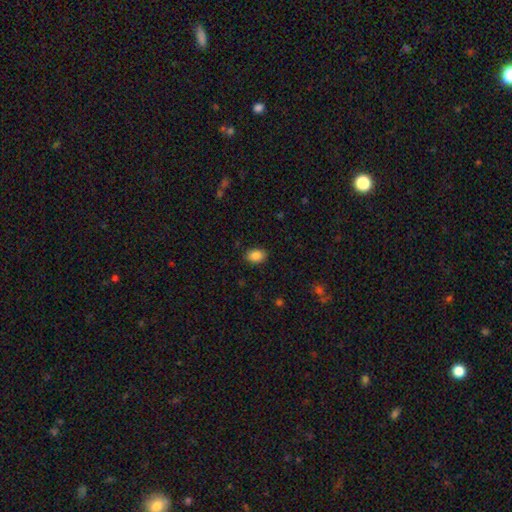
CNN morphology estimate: A smooth galaxy with no disk features (87%) that is in between round and cigar-shaped (81%). Merging: none (87%).